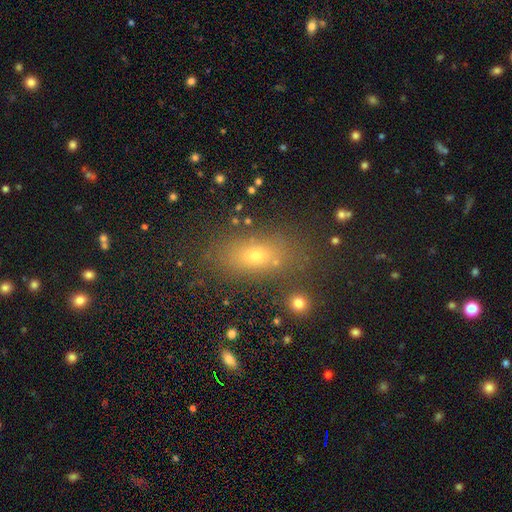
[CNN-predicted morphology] Overall: smooth (64%). How rounded: in between (74%). Merging: none (77%).